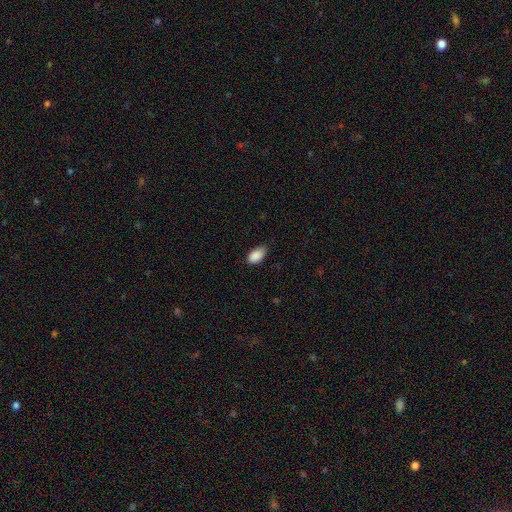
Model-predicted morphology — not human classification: smooth 89%, star or artifact 7%, featured or disk 4%. Down the decision tree: how rounded — in between (93%); merging — none (66%).